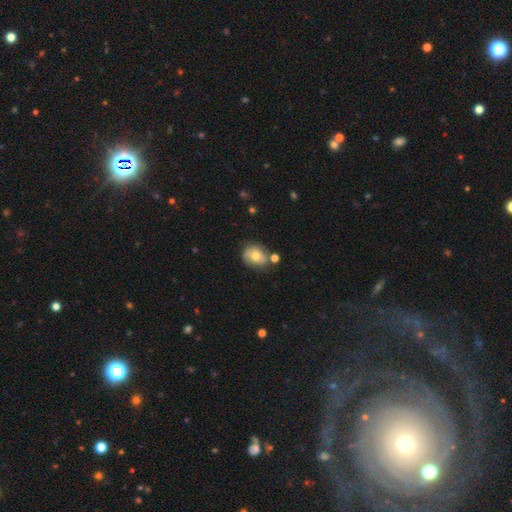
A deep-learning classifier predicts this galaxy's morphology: This is possibly a smooth galaxy (59%). How rounded: possibly round (54%). Merging: likely none (60%).